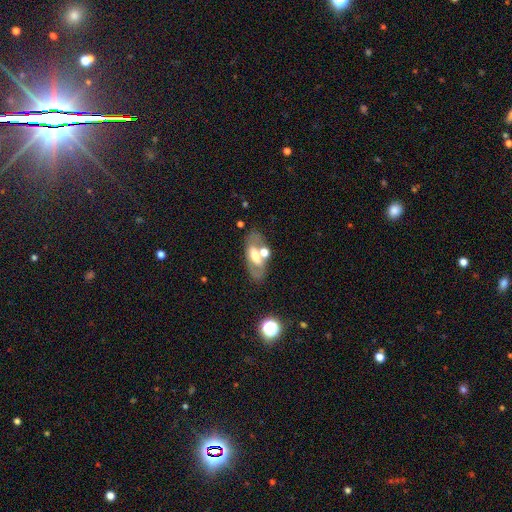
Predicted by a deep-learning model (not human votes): This appears to be a featured or disk galaxy (53%). Merging: none (59%).